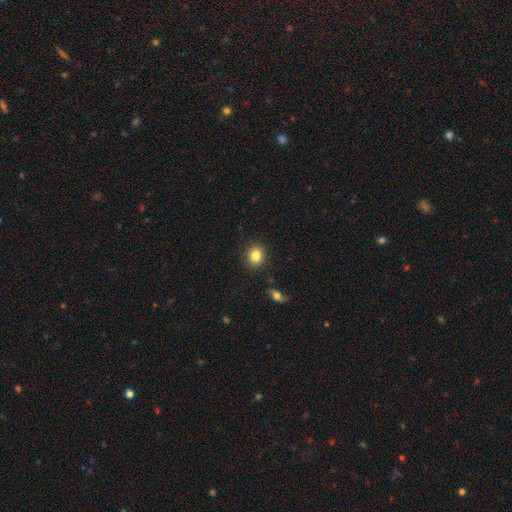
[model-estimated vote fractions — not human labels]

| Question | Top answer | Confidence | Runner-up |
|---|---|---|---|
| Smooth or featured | smooth | 83% | star or artifact (10%) |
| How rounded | round | 69% | in between (30%) |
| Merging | none | 88% | minor disturbance (7%) |